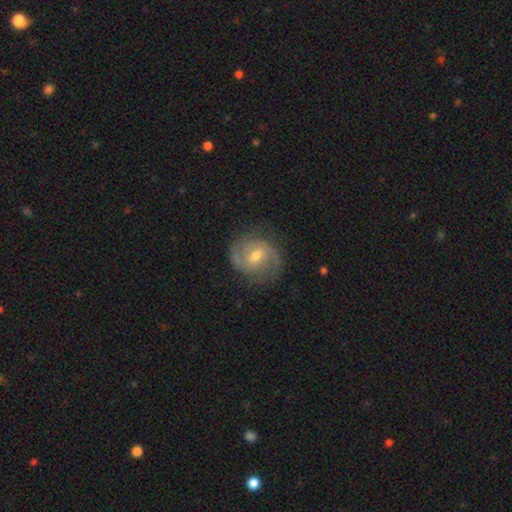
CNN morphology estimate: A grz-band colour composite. It shows a featured or disk galaxy (86%) with a weak bar (47%), 2 (78%) medium (46%) spiral arms (97%) and a moderate central bulge (60%). Merging: none (78%).